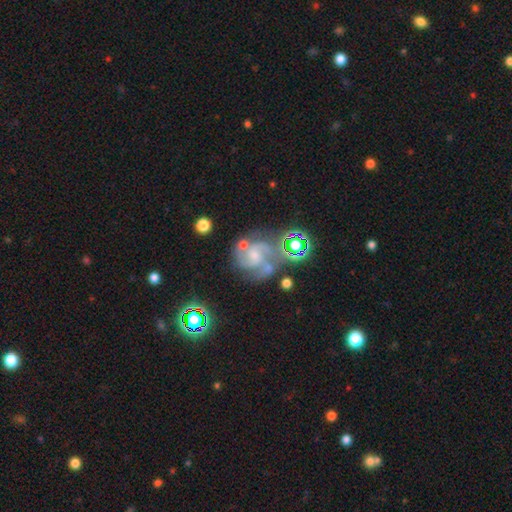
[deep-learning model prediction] This is clearly a featured or disk galaxy (80%). It is clearly not viewed edge-on (98%). Bar: possibly no (57%). Spiral arm pattern: clearly yes (96%). Spiral arm count: possibly 2 (49%). Spiral winding: possibly medium (54%). Central bulge: possibly small (58%). Merging: possibly none (51%).